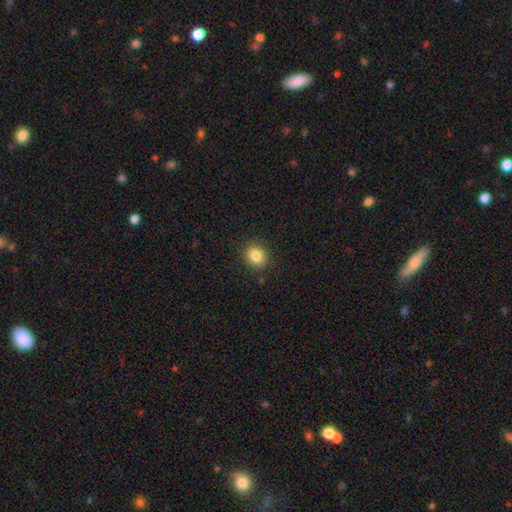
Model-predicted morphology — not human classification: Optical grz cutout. It shows a smooth galaxy with no disk features (84%) that is round (70%). Merging: none (89%).